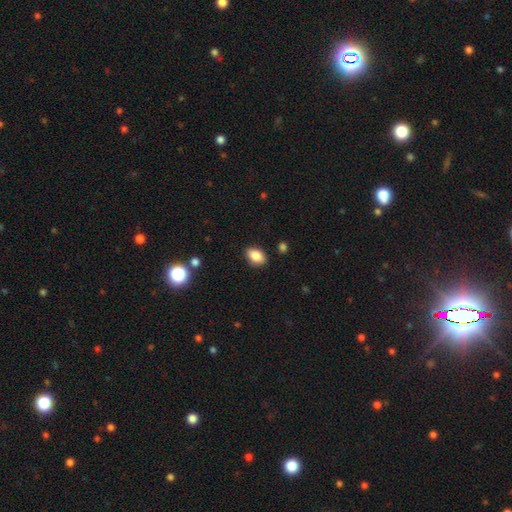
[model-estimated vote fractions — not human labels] smooth_or_featured: smooth (p=0.84) [alt: star or artifact p=0.08]
how_rounded: in between (p=0.87) [alt: round p=0.11]
merging: none (p=0.87) [alt: minor disturbance p=0.10]